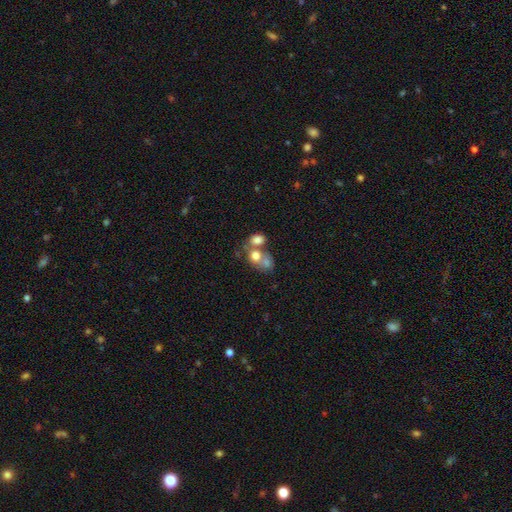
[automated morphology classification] Smooth or featured: smooth — 70% (featured or disk — 19%)
How rounded: round — 50% (in between — 49%)
Merging: merger — 59% (none — 27%)